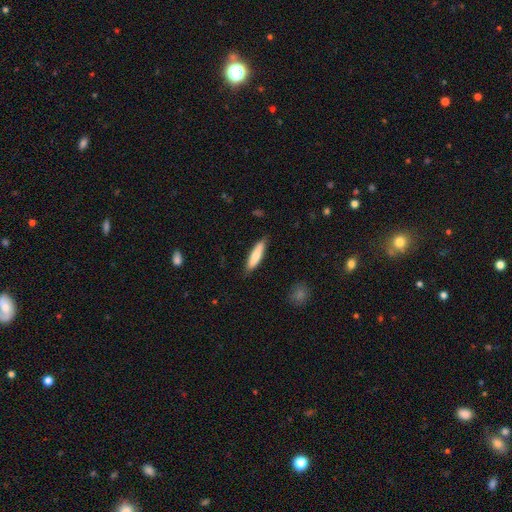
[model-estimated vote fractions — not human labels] smooth-or-featured: smooth: 78% | featured or disk: 17% | star or artifact: 5%
  how-rounded: cigar-shaped: 76% | in between: 22% | round: 1%
  merging: none: 84% | minor disturbance: 13% | major disturbance: 2% | merger: 1%